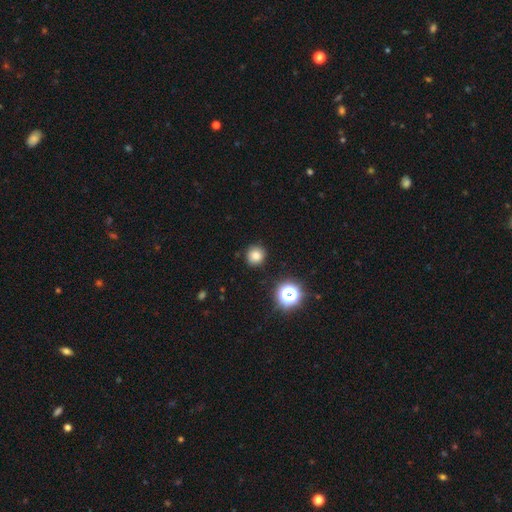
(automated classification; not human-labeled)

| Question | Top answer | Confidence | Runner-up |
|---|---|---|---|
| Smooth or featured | smooth | 81% | star or artifact (14%) |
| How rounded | round | 91% | in between (8%) |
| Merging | none | 89% | minor disturbance (7%) |